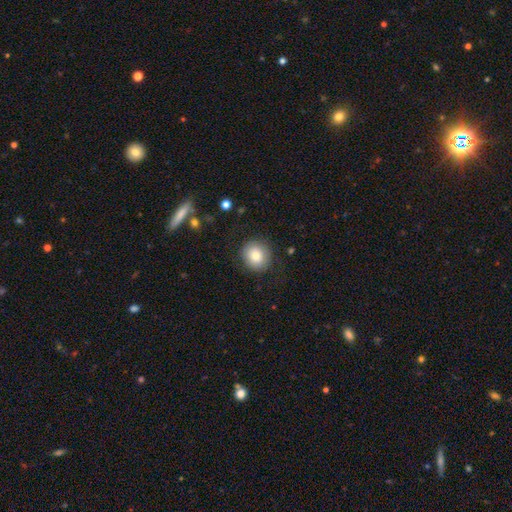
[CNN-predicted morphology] Q: Smooth or featured?
A: smooth (77%); runner-up: featured or disk (14%)
Q: How rounded?
A: round (84%); runner-up: in between (15%)
Q: Merging?
A: none (82%); runner-up: minor disturbance (12%)